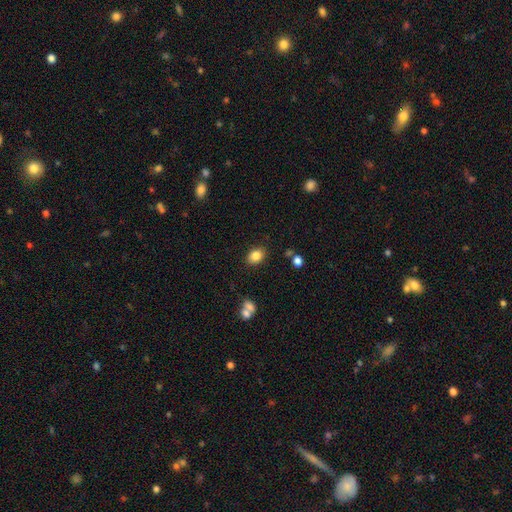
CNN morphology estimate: type=smooth (85%); roundness=in between (72%); merging=none (84%).